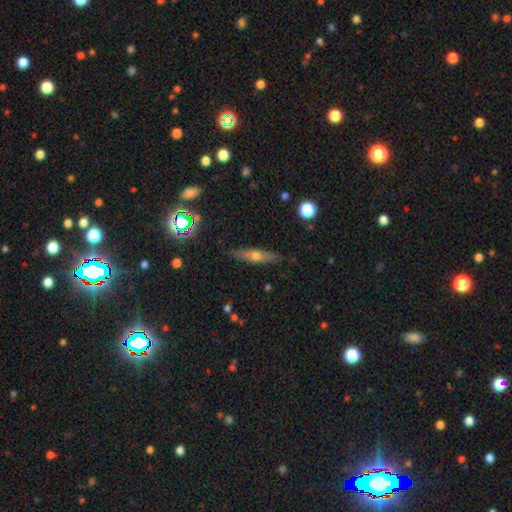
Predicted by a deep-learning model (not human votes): This appears to be a featured or disk galaxy (47%). Merging: none (85%).